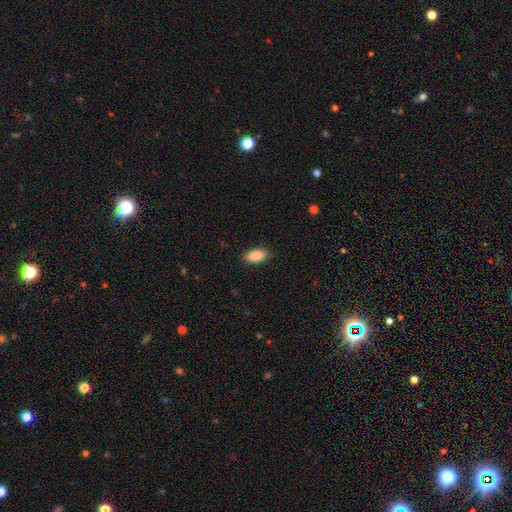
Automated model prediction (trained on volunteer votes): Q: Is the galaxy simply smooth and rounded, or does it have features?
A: smooth — 89%.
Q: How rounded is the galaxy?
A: in between — 92%.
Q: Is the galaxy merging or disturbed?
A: none — 87%.